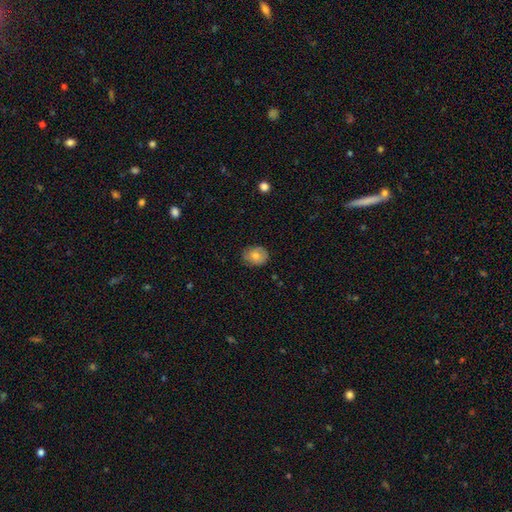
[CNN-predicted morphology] Smooth or featured? Predicted: smooth (p=0.67). How rounded? Predicted: round (p=0.51). Merging? Predicted: none (p=0.79).